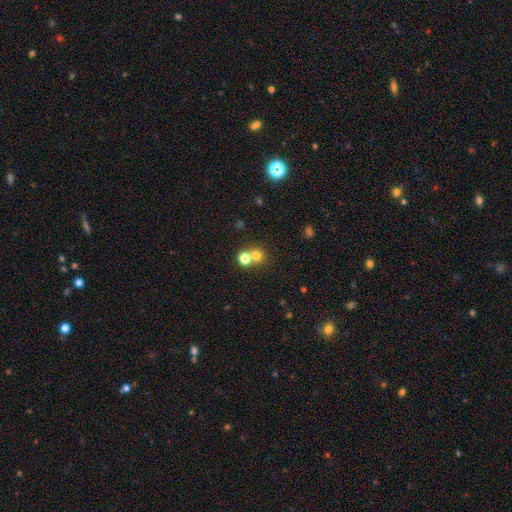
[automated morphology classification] Smooth or featured: smooth — 72% (star or artifact — 18%)
How rounded: round — 85% (in between — 14%)
Merging: none — 51% (merger — 40%)